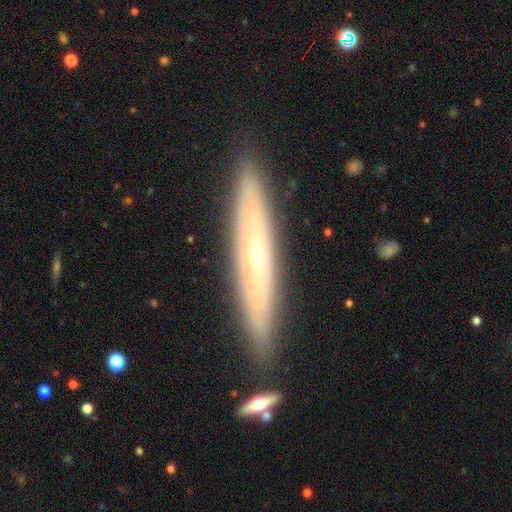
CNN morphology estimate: Overall: featured or disk (61%; smooth 32%). Edge-on disk: yes (74%). Merging: none (85%).